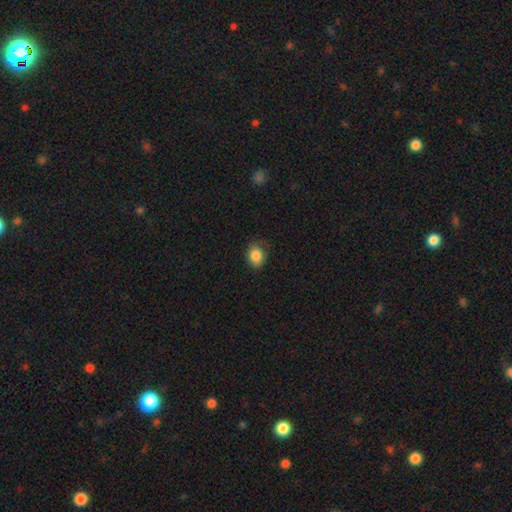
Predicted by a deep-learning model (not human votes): Smooth or featured? Predicted: smooth (p=0.86). How rounded? Predicted: round (p=0.52). Merging? Predicted: none (p=0.78).